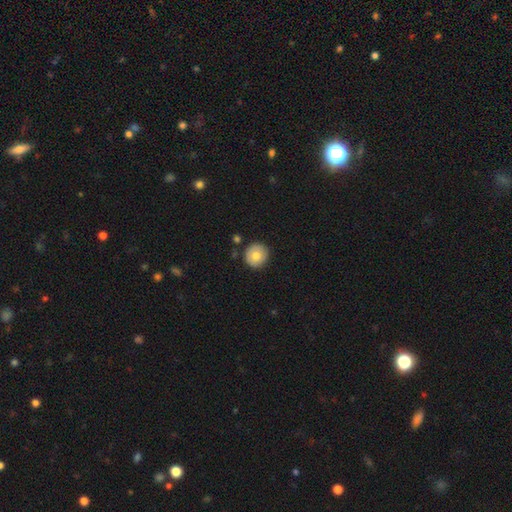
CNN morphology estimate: Smooth or featured: smooth — 75% (featured or disk — 17%)
How rounded: round — 92% (in between — 7%)
Merging: none — 86% (minor disturbance — 9%)